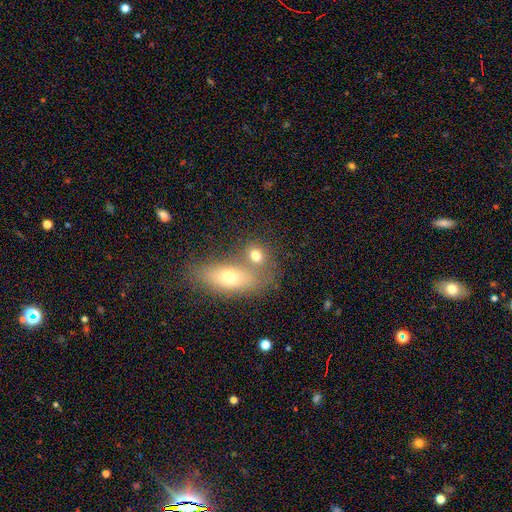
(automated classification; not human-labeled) Q: Smooth or featured?
A: smooth (71%); runner-up: featured or disk (17%)
Q: How rounded?
A: in between (50%); runner-up: round (45%)
Q: Merging?
A: merger (43%); tied with: none (43%)